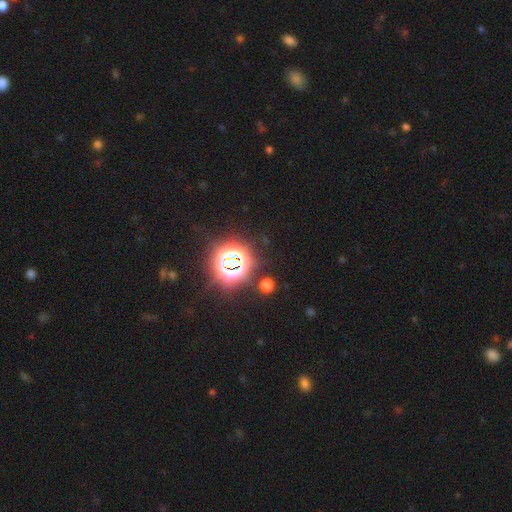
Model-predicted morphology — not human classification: A star or artifact, not a galaxy (82%).